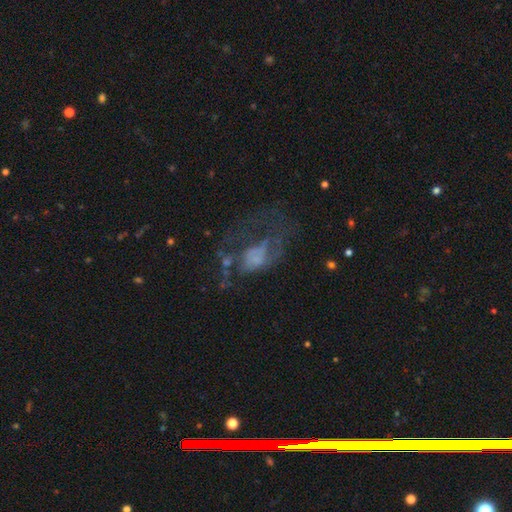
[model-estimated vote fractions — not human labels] featured or disk 55%, smooth 27%, star or artifact 18%. Down the decision tree: edge-on disk — no (96%); bar — no (83%); spiral arms — no (67%); bulge size — none (55%); merging — major disturbance (51%).